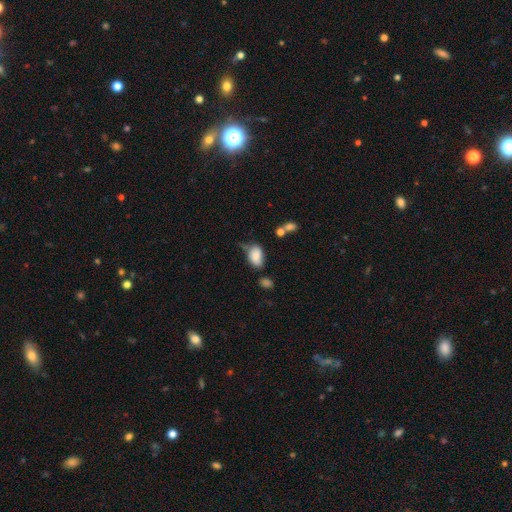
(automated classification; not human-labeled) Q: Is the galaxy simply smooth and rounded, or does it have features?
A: smooth — 74%.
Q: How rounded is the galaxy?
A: in between — 87%.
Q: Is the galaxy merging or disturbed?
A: none — 39%.